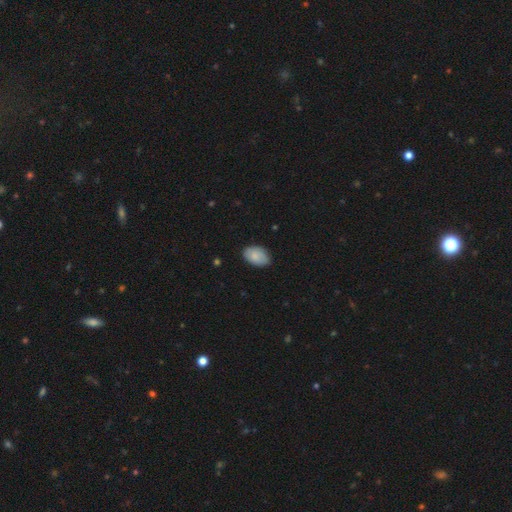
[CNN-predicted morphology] Smooth or featured? Predicted: smooth (p=0.81). How rounded? Predicted: in between (p=0.88). Merging? Predicted: none (p=0.77).